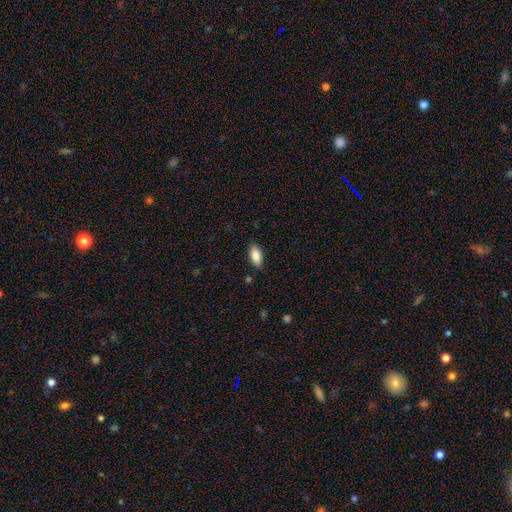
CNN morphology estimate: type=smooth (85%); roundness=in between (85%); merging=none (86%).